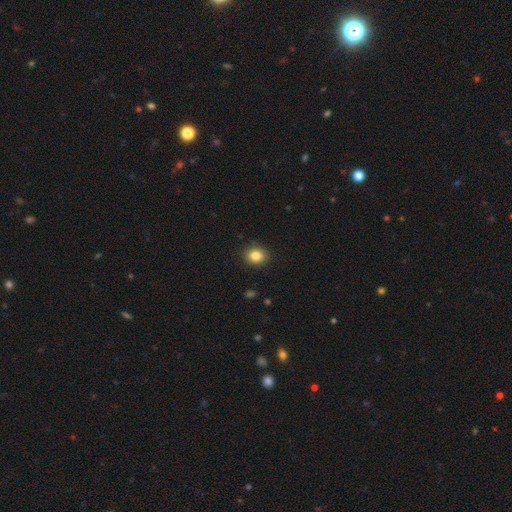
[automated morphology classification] smooth_or_featured: smooth (p=0.84) [alt: star or artifact p=0.10]
how_rounded: round (p=0.66) [alt: in between p=0.33]
merging: none (p=0.89) [alt: minor disturbance p=0.08]